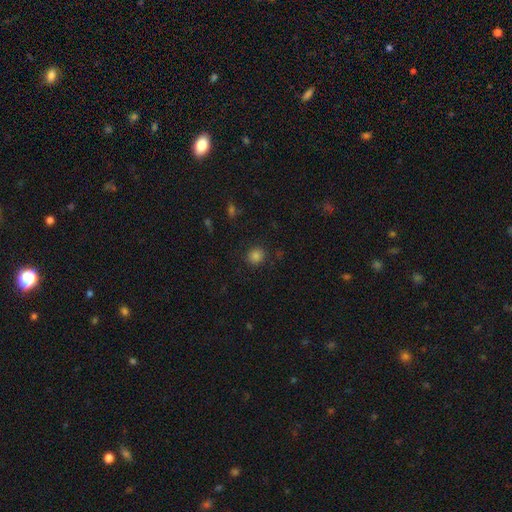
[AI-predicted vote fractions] This is clearly a smooth galaxy (82%). How rounded: clearly round (82%). Merging: clearly none (87%).